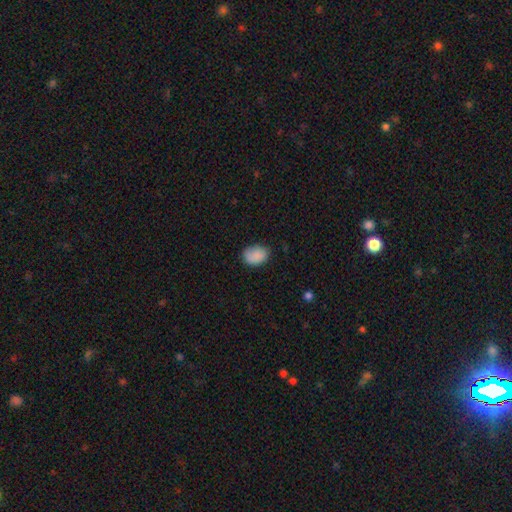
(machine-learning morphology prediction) Overall: smooth (87%). How rounded: in between (76%). Merging: none (73%).